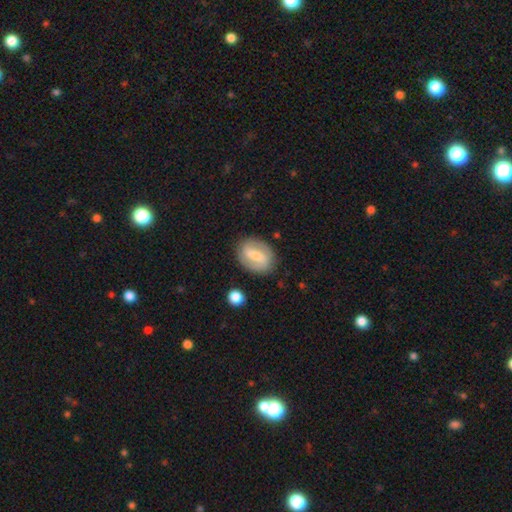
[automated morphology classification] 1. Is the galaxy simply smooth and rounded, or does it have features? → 56% featured or disk, 38% smooth, 6% star or artifact.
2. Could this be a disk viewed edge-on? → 95% no, 5% yes.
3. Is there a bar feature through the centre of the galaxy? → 48% strong, 39% weak, 13% no.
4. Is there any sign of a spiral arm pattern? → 72% yes, 28% no.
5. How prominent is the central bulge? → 46% moderate, 39% small, 7% none, 6% large, 2% dominant.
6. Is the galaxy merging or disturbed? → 82% none, 12% minor disturbance, 4% major disturbance, 2% merger.